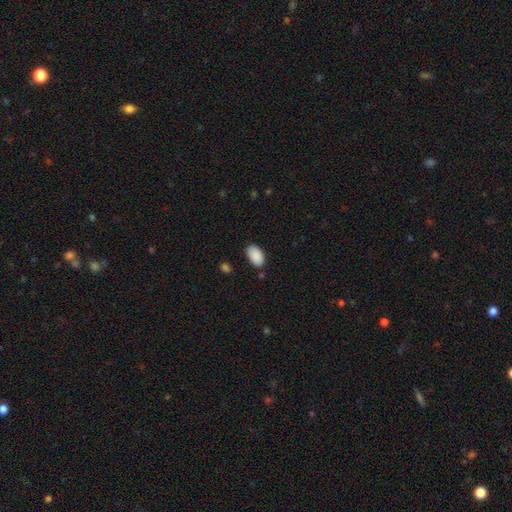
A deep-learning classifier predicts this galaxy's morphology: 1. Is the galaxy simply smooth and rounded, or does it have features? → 90% smooth, 6% star or artifact, 3% featured or disk.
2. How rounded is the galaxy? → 94% in between, 5% round, 1% cigar-shaped.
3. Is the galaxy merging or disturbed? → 79% none, 15% minor disturbance, 3% major disturbance, 3% merger.